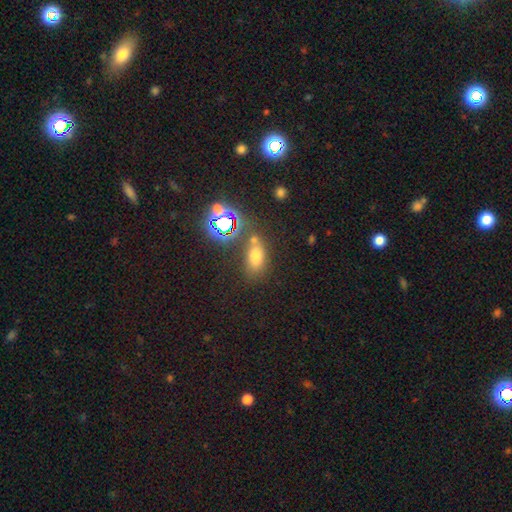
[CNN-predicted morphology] Smooth or featured? Predicted: smooth (p=0.60). How rounded? Predicted: in between (p=0.77). Merging? Predicted: none (p=0.63).